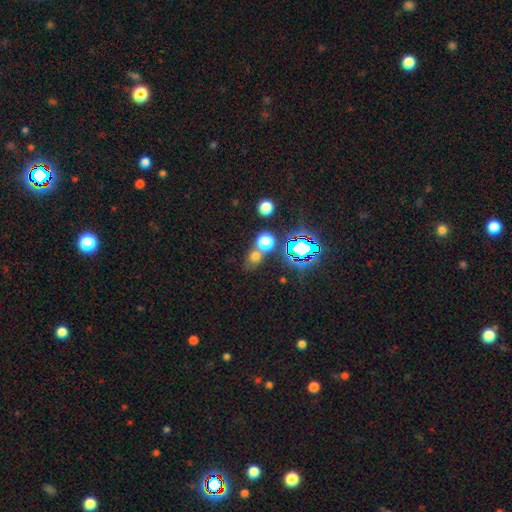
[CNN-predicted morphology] Smooth or featured? Predicted: smooth (p=0.58). How rounded? Predicted: round (p=0.68). Merging? Predicted: none (p=0.55).